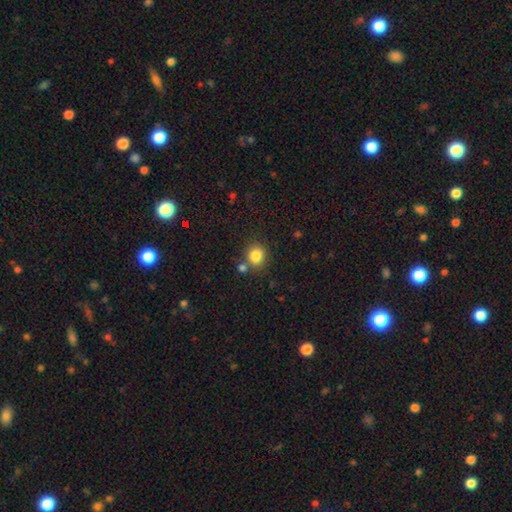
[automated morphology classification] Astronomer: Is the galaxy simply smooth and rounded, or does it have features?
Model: smooth — 84%.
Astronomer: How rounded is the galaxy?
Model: round — 77%.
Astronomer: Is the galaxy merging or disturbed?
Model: none — 74%.